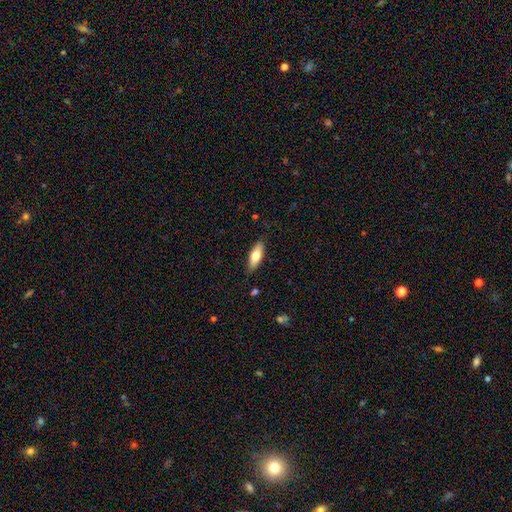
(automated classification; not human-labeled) A smooth galaxy with no disk features (70%) that is in between round and cigar-shaped (70%). Merging: none (84%).